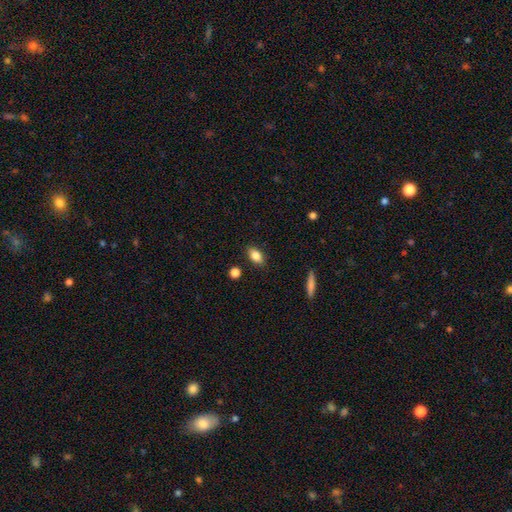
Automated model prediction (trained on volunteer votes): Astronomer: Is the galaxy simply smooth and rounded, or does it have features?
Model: smooth — 82%.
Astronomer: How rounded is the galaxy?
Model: in between — 85%.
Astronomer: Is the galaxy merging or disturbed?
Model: none — 86%.